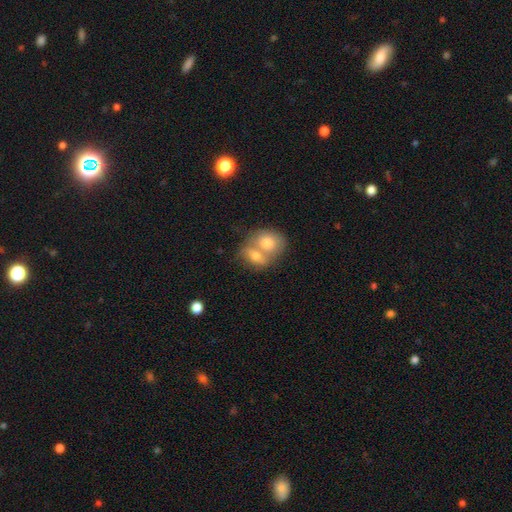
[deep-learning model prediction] This appears to be a smooth galaxy with no disk features (74%) that is in between round and cigar-shaped (51%). Merging: merger (73%).